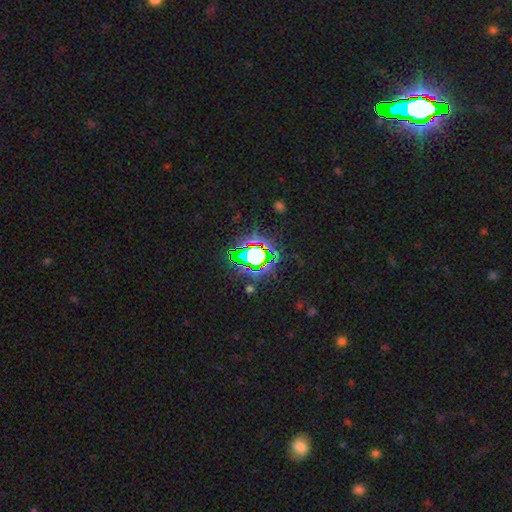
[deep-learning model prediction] Smooth or featured? star or artifact (75%)